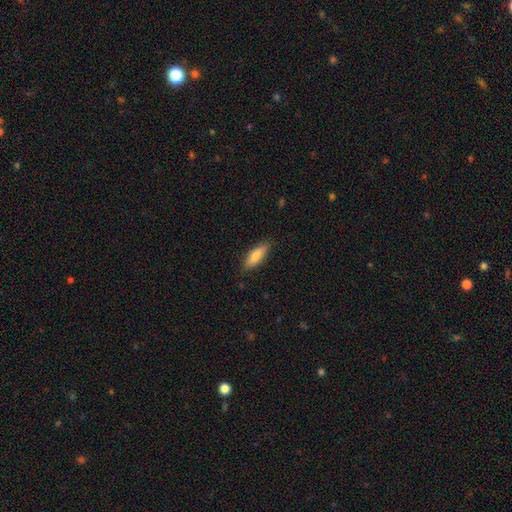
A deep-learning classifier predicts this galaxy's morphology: type=smooth (78%); roundness=in between (52%); merging=none (83%).